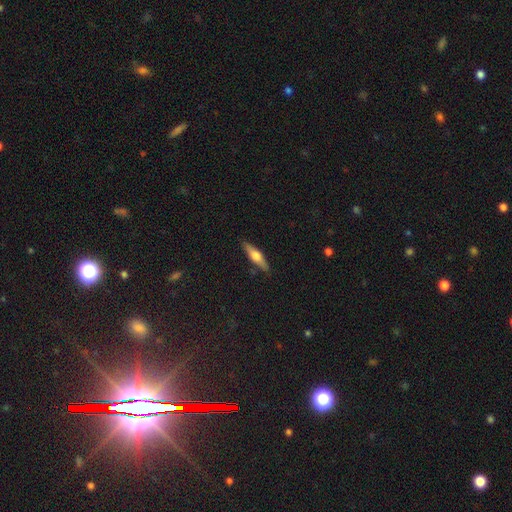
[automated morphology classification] A featured or disk galaxy (50%) viewed edge-on (94%). Merging: none (87%).